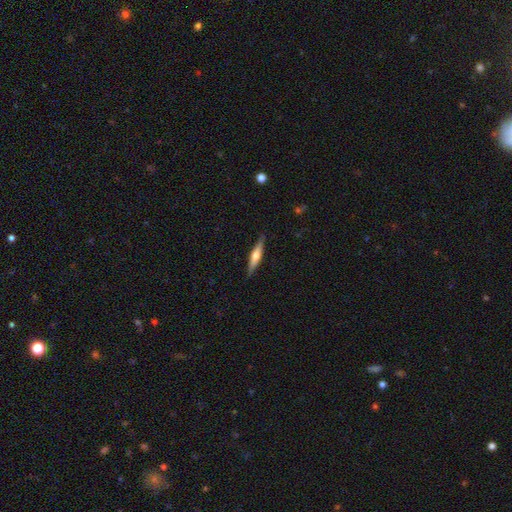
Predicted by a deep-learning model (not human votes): A featured or disk galaxy (60%) viewed edge-on (97%) with a rounded central bulge (88%). Merging: none (89%).